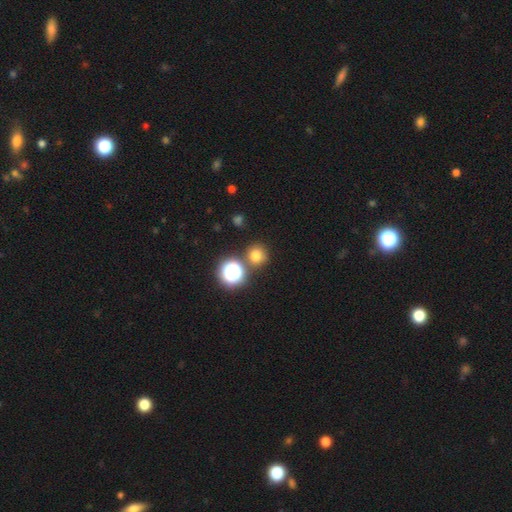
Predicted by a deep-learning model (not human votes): smooth 72%, star or artifact 21%, featured or disk 6%. Down the decision tree: how rounded — round (92%); merging — none (81%).